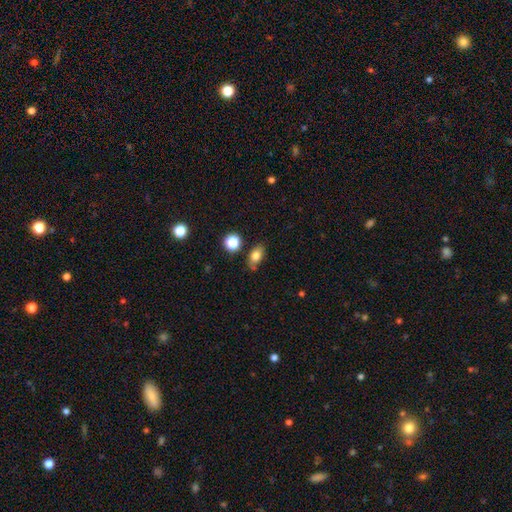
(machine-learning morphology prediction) smooth 78%, featured or disk 11%, star or artifact 11%. Down the decision tree: how rounded — in between (81%); merging — none (73%).